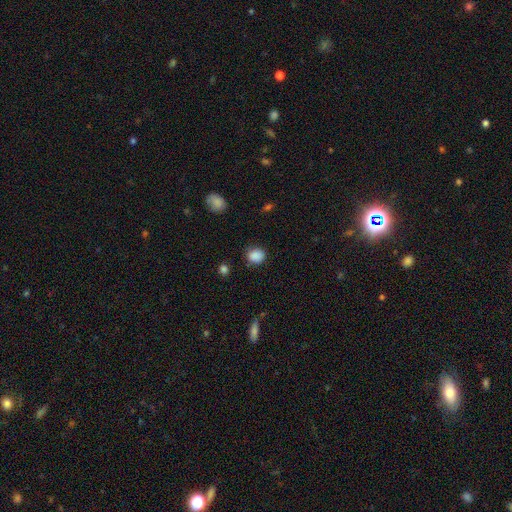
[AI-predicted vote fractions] Q: Smooth or featured?
A: smooth (87%); runner-up: star or artifact (10%)
Q: How rounded?
A: round (70%); runner-up: in between (29%)
Q: Merging?
A: none (80%); runner-up: minor disturbance (14%)